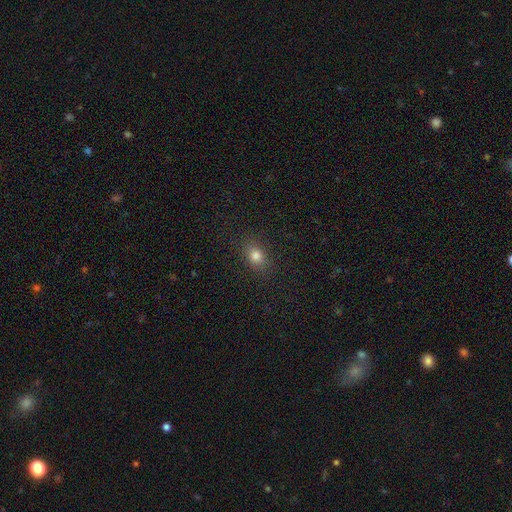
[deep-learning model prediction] Morphology: type=smooth (80%); roundness=in between (70%); merging=none (86%).